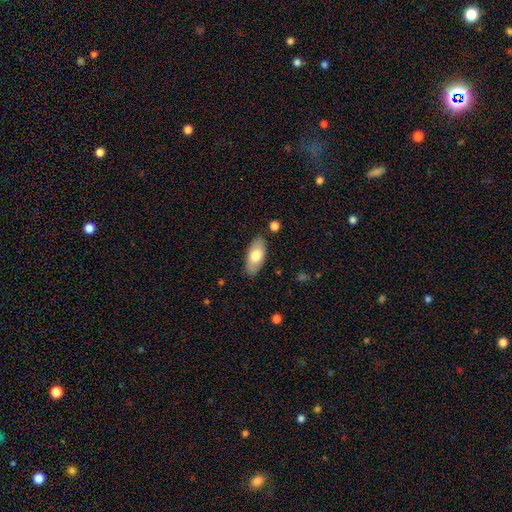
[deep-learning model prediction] This appears to be a smooth galaxy with no disk features (71%) that is in between round and cigar-shaped (91%). Merging: none (85%).